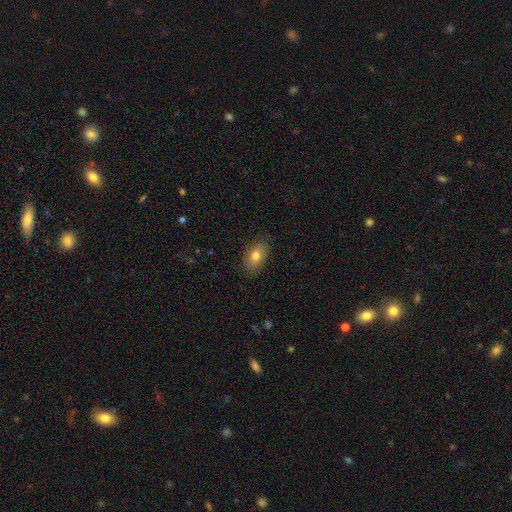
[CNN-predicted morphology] Q: Smooth or featured?
A: smooth (77%); runner-up: featured or disk (15%)
Q: How rounded?
A: in between (89%); runner-up: round (9%)
Q: Merging?
A: none (85%); runner-up: minor disturbance (12%)